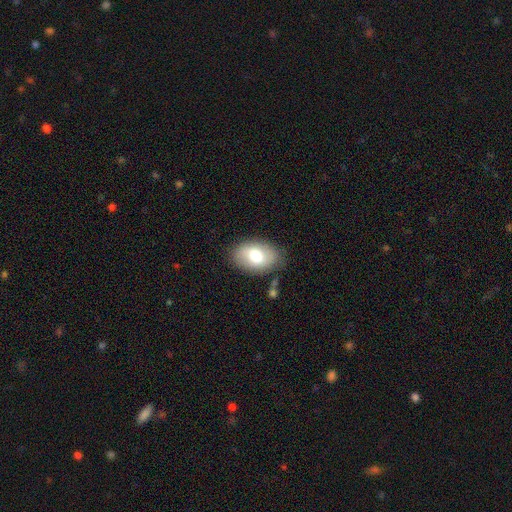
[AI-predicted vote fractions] This is likely a smooth galaxy (72%). How rounded: clearly in between (87%). Merging: clearly none (81%).